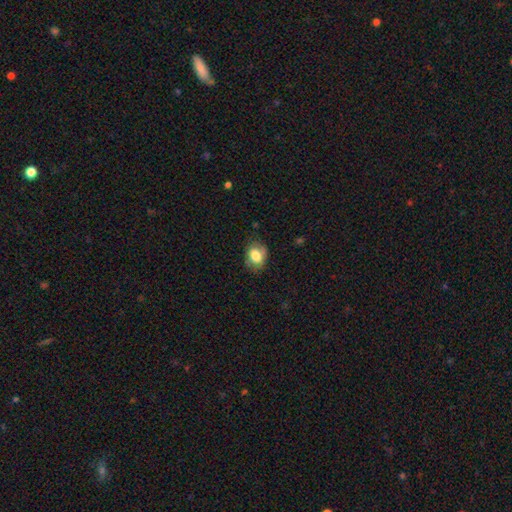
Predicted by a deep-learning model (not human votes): Smooth or featured? Predicted: smooth (p=0.78). How rounded? Predicted: in between (p=0.64). Merging? Predicted: none (p=0.71).